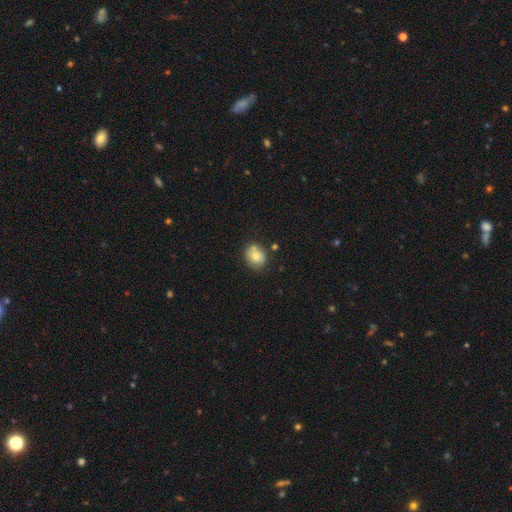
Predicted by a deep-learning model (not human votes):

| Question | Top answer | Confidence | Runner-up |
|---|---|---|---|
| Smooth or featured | smooth | 73% | featured or disk (17%) |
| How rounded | round | 63% | in between (36%) |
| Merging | none | 70% | minor disturbance (18%) |